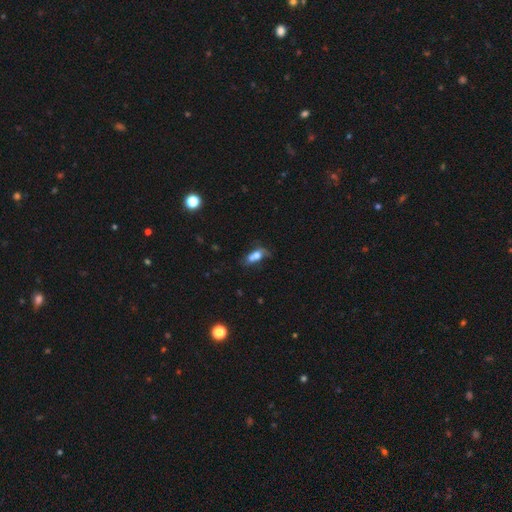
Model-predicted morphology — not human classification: Smooth or featured: smooth — 64% (featured or disk — 24%)
How rounded: in between — 80% (cigar-shaped — 12%)
Merging: none — 31% (merger — 24%)